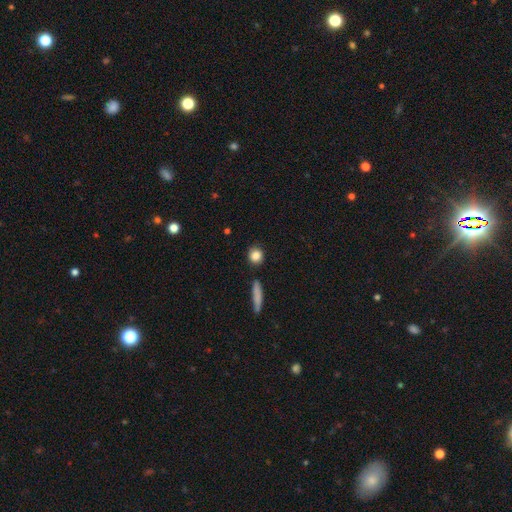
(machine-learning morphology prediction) Overall: smooth (85%). How rounded: round (79%). Merging: none (85%).